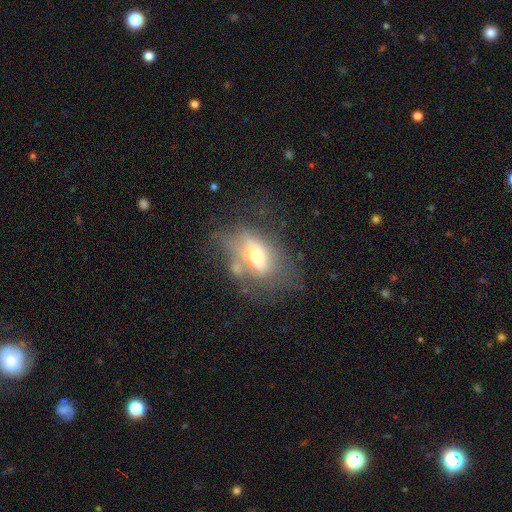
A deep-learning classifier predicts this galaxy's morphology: Smooth or featured?
  - featured or disk: 45% *
  - smooth: 44%
  - star or artifact: 11%
Merging?
  - major disturbance: 33% *
  - none: 30%
  - minor disturbance: 23%
  - merger: 14%